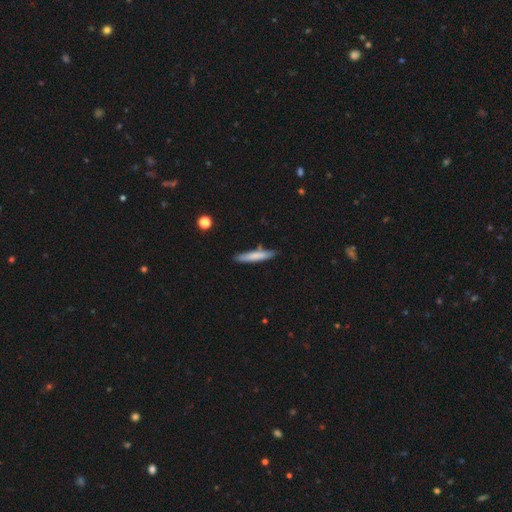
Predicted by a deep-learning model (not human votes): Smooth or featured?
  - smooth: 75% *
  - featured or disk: 20%
  - star or artifact: 6%
How rounded?
  - cigar-shaped: 90% *
  - in between: 8%
  - round: 1%
Merging?
  - none: 83% *
  - minor disturbance: 13%
  - merger: 3%
  - major disturbance: 2%